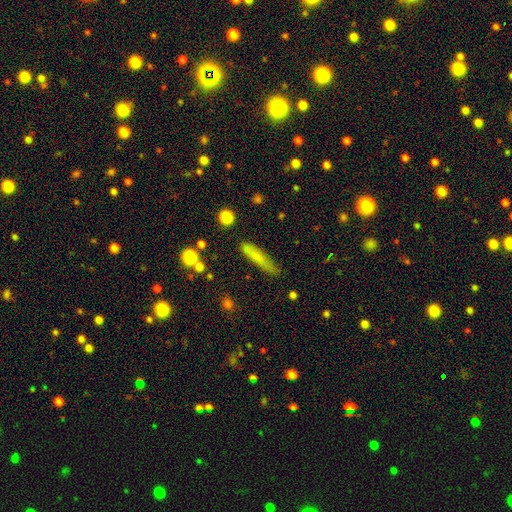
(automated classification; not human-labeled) smooth_or_featured: smooth (p=0.74) [alt: featured or disk p=0.17]
how_rounded: cigar-shaped (p=0.88) [alt: in between p=0.10]
merging: none (p=0.76) [alt: minor disturbance p=0.17]